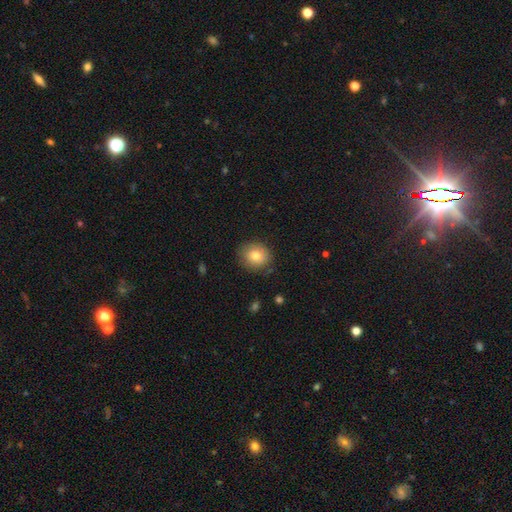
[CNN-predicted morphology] The model was most divided on "how rounded": round: 75%, in between: 24%, cigar-shaped: 1%. More confident: merging — none (83%); smooth or featured — smooth (79%).